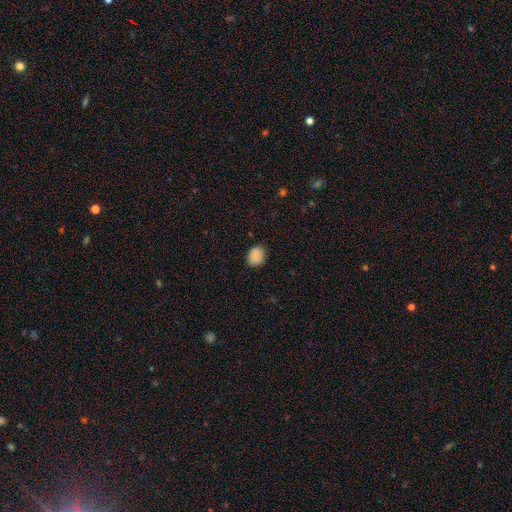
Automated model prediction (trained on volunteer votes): smooth 87%, star or artifact 9%, featured or disk 5%. Down the decision tree: how rounded — round (57%); merging — none (81%).